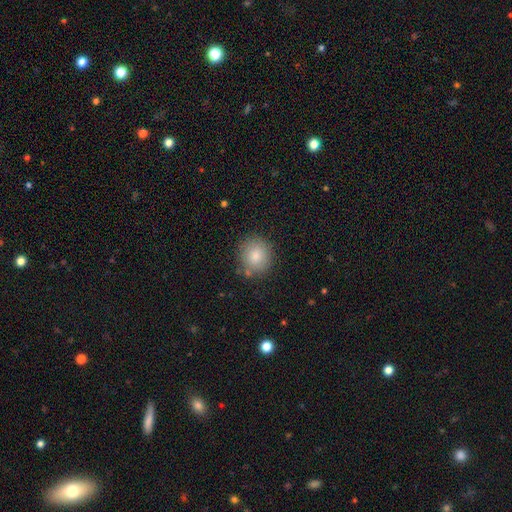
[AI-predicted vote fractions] Morphology: type=smooth (84%); roundness=round (87%); merging=none (82%).